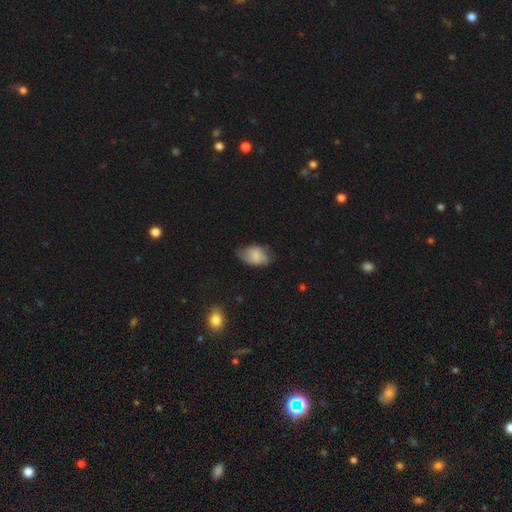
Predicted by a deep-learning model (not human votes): Overall: smooth (72%). How rounded: in between (90%). Merging: none (53%; minor disturbance 35%).